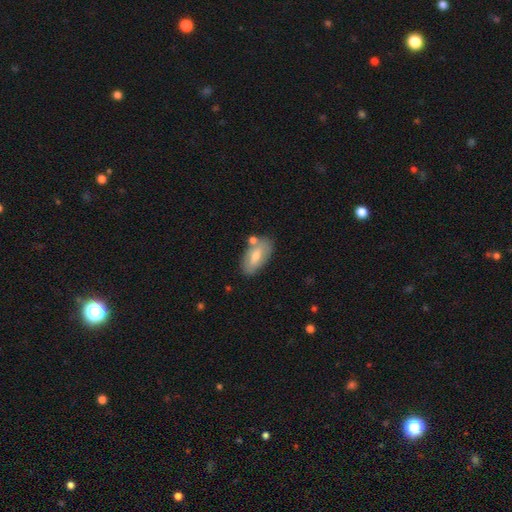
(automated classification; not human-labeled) Q: Smooth or featured?
A: smooth (64%); runner-up: featured or disk (29%)
Q: How rounded?
A: in between (91%); runner-up: cigar-shaped (6%)
Q: Merging?
A: none (70%); runner-up: minor disturbance (16%)